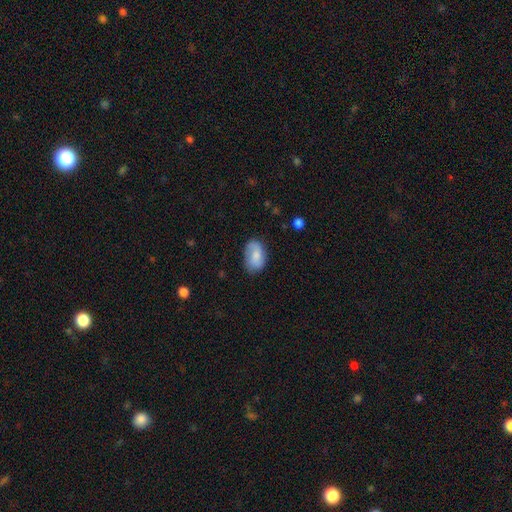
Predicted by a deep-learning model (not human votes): smooth_or_featured: smooth (p=0.71) [alt: featured or disk p=0.22]
how_rounded: in between (p=0.87) [alt: round p=0.11]
merging: none (p=0.70) [alt: minor disturbance p=0.22]